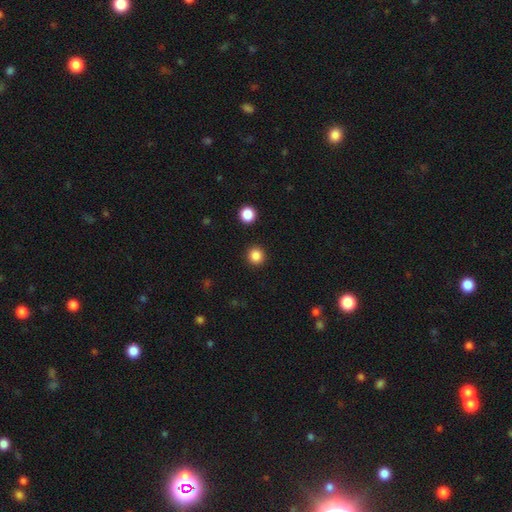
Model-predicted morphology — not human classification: Overall: smooth (85%). How rounded: round (94%). Merging: none (91%).